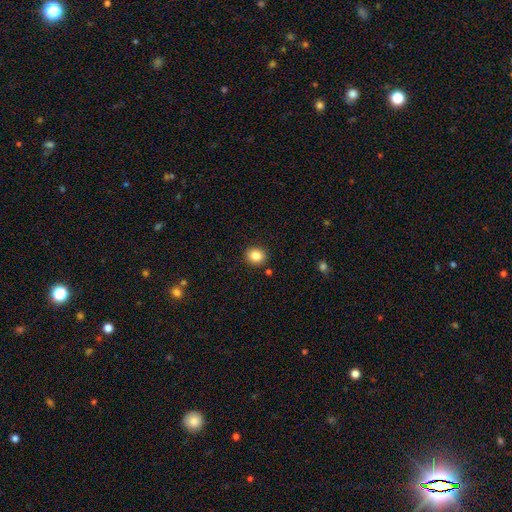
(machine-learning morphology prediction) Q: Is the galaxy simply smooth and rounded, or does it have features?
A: smooth — 84%.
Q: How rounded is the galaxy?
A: round — 79%.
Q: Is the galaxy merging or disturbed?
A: none — 90%.